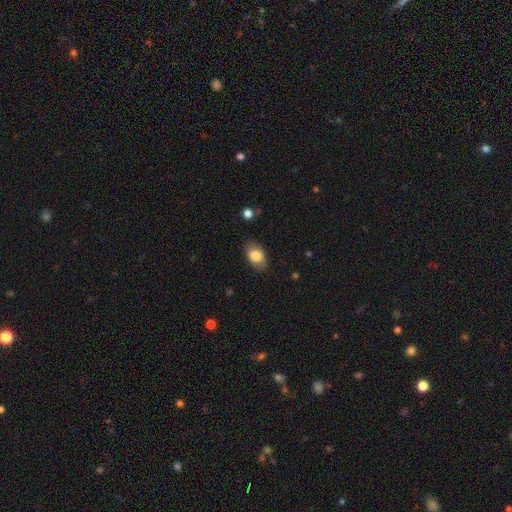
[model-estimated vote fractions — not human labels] smooth_or_featured: smooth (p=0.81) [alt: featured or disk p=0.11]
how_rounded: in between (p=0.88) [alt: round p=0.11]
merging: none (p=0.82) [alt: minor disturbance p=0.13]